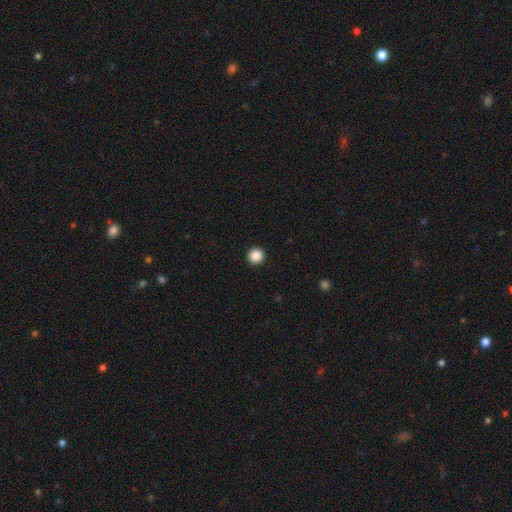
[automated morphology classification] Smooth or featured?
  - smooth: 88% *
  - star or artifact: 9%
  - featured or disk: 3%
How rounded?
  - round: 95% *
  - in between: 4%
  - cigar-shaped: 1%
Merging?
  - none: 94% *
  - minor disturbance: 4%
  - major disturbance: 1%
  - merger: 1%